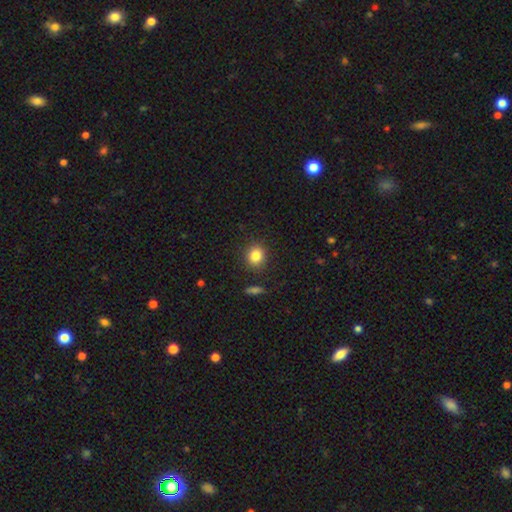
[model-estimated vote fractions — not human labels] Morphology: type=smooth (84%); roundness=round (77%); merging=none (89%).